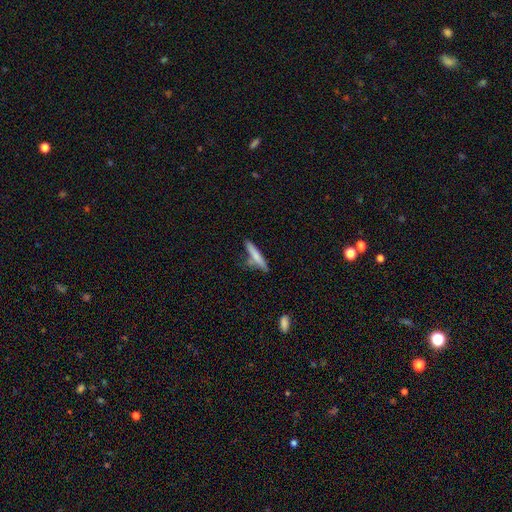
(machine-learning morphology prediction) The model was most divided on "smooth or featured": smooth: 71%, featured or disk: 23%, star or artifact: 6%. More confident: how rounded — cigar-shaped (90%); merging — none (68%).